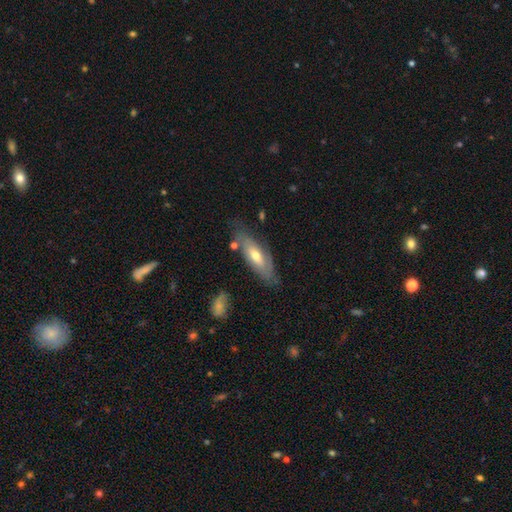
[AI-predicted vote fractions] Smooth or featured?
  - featured or disk: 49% *
  - smooth: 45%
  - star or artifact: 6%
Merging?
  - none: 72% *
  - minor disturbance: 20%
  - major disturbance: 5%
  - merger: 3%